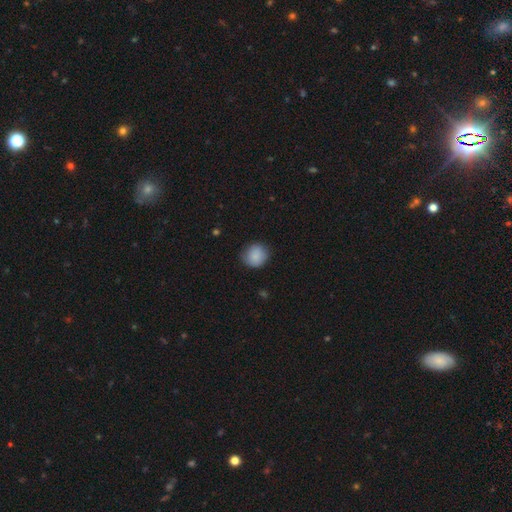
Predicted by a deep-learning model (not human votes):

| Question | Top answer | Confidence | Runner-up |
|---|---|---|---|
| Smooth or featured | smooth | 88% | star or artifact (7%) |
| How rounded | round | 84% | in between (15%) |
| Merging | none | 80% | minor disturbance (16%) |